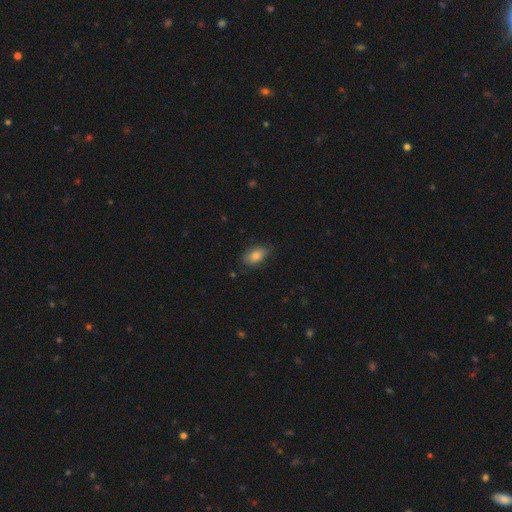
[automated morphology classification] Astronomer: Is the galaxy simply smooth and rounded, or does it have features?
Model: smooth — 82%.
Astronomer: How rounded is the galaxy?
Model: in between — 91%.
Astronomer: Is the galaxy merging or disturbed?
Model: none — 75%.